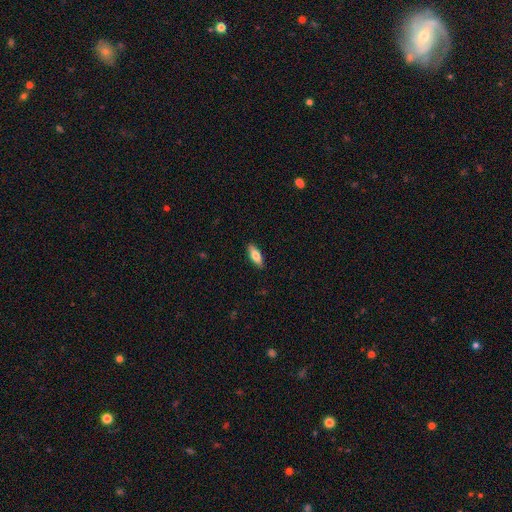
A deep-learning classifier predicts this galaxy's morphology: Overall: smooth (70%). How rounded: in between (63%; cigar-shaped 34%). Merging: none (89%).